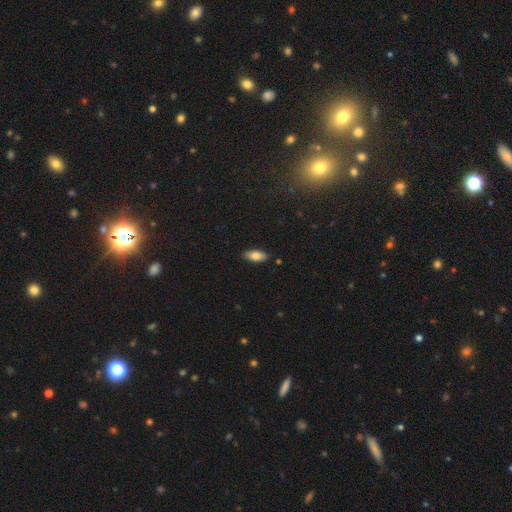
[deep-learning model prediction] smooth 80%, featured or disk 13%, star or artifact 7%. Down the decision tree: how rounded — in between (84%); merging — none (87%).